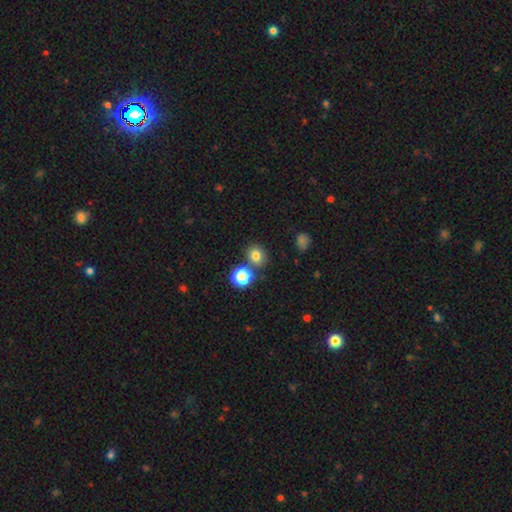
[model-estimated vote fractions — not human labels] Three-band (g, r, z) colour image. It shows a smooth galaxy with no disk features (76%) that is round (74%). Merging: none (75%).